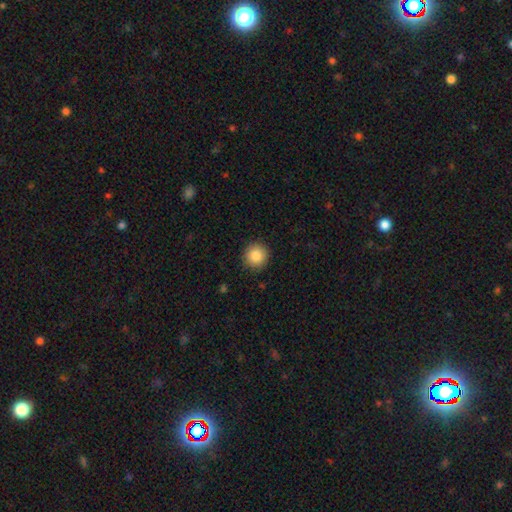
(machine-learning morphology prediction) The model was most divided on "smooth or featured": smooth: 86%, star or artifact: 9%, featured or disk: 5%. More confident: how rounded — round (94%); merging — none (90%).